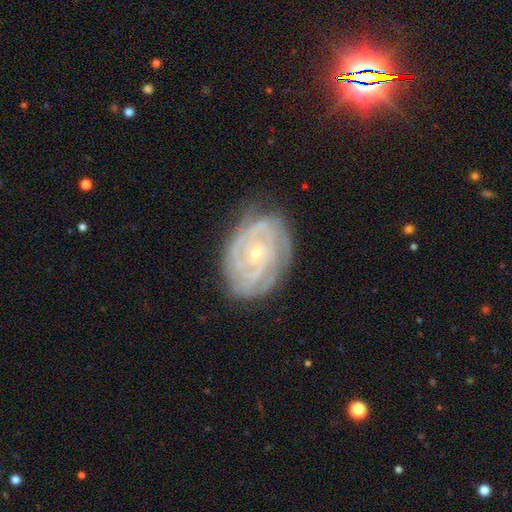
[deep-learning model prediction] Smooth or featured: featured or disk — 85% (star or artifact — 8%)
Edge-on disk: no — 96% (yes — 4%)
Bar: no — 70% (weak — 22%)
Spiral arms: yes — 96% (no — 4%)
Spiral winding: tight — 80% (medium — 17%)
Spiral arm count: can't tell — 26% (2 — 22%)
Bulge size: small — 76% (moderate — 21%)
Merging: none — 78% (minor disturbance — 16%)